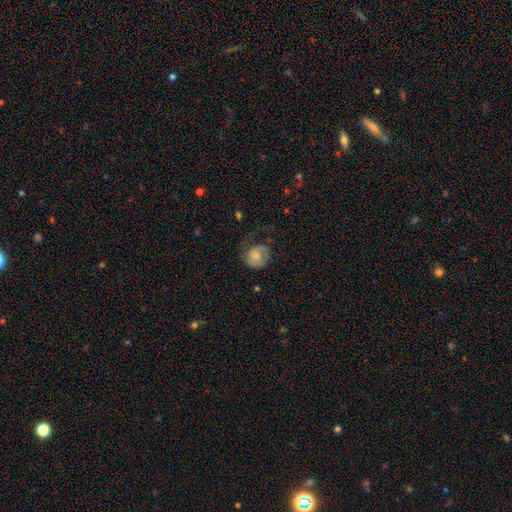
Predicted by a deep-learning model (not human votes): Overall: smooth (53%; featured or disk 40%). How rounded: round (71%). Merging: none (41%; major disturbance 32%).